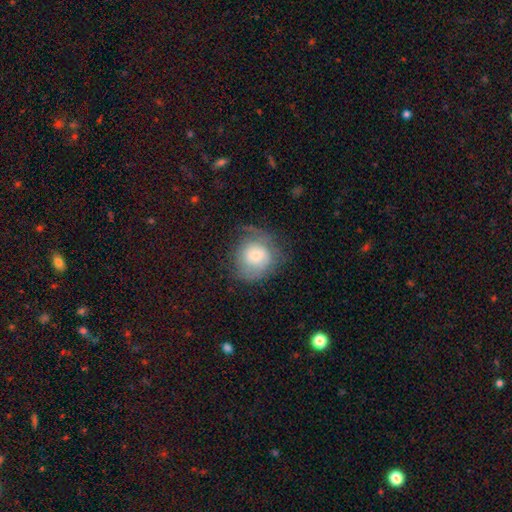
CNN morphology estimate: The model was most divided on "smooth or featured": smooth: 54%, featured or disk: 37%, star or artifact: 9%. More confident: how rounded — round (85%); merging — none (58%).